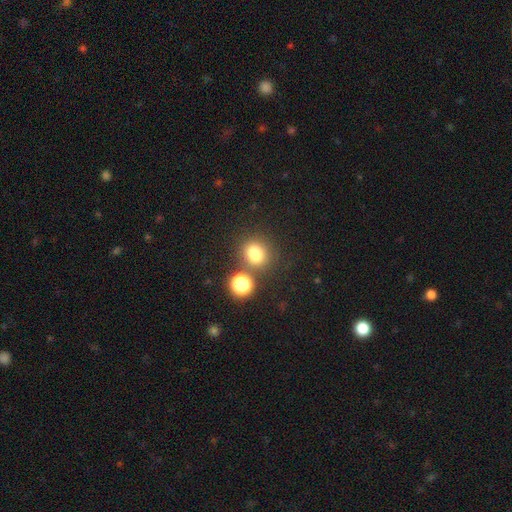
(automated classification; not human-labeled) Overall: smooth (76%). How rounded: round (65%; in between 34%). Merging: none (60%; merger 23%).